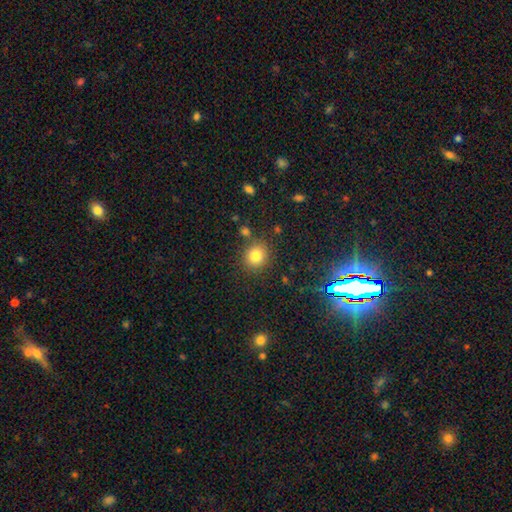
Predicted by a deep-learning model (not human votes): A smooth galaxy with no disk features (80%) that is round (85%).

Vote fractions:
- Smooth or featured? smooth: 80% / star or artifact: 13% / featured or disk: 7%
- How rounded? round: 85% / in between: 14% / cigar-shaped: 1%
- Merging? none: 83% / minor disturbance: 9% / merger: 5% / major disturbance: 3%